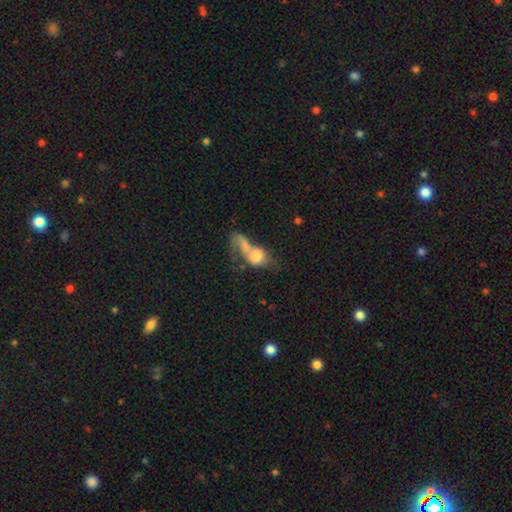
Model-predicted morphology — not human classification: A smooth galaxy with no disk features (65%) that is in between round and cigar-shaped (61%). Merging: merger (60%).